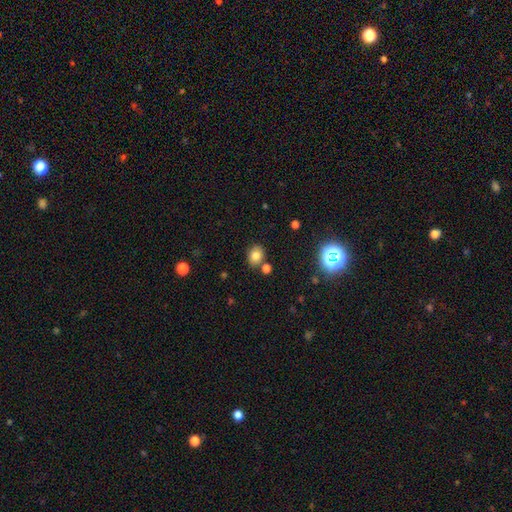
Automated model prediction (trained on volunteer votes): smooth 79%, star or artifact 13%, featured or disk 8%. Down the decision tree: how rounded — round (56%); merging — none (76%).